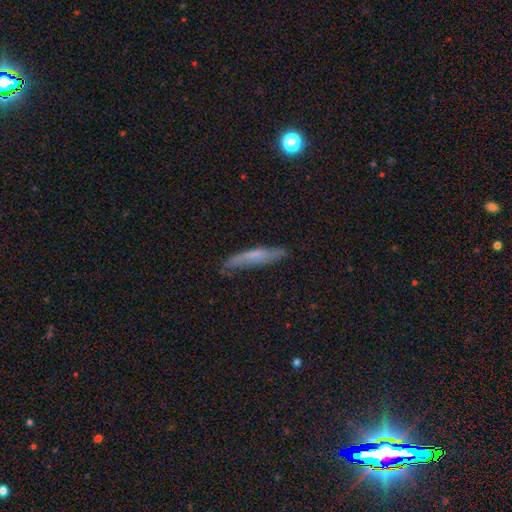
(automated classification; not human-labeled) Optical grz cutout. It shows a smooth galaxy with no disk features (61%) that is cigar-shaped (89%). Merging: none (75%).